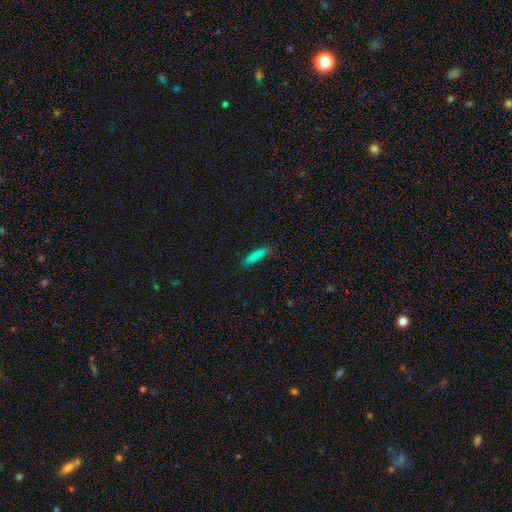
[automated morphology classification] smooth-or-featured: smooth: 84% | star or artifact: 8% | featured or disk: 8%
  how-rounded: cigar-shaped: 81% | in between: 17% | round: 2%
  merging: none: 84% | minor disturbance: 12% | major disturbance: 2% | merger: 1%